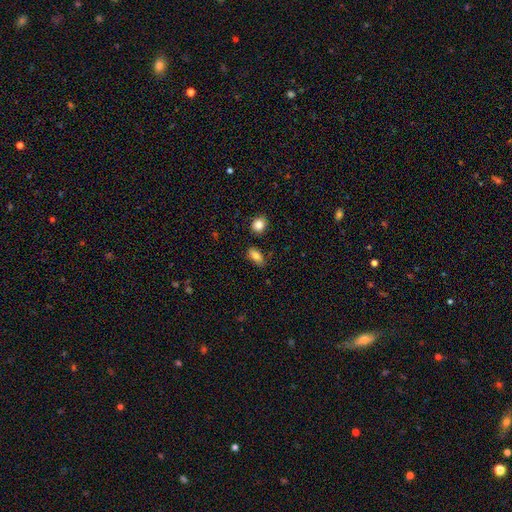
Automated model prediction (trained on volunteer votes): This appears to be a smooth galaxy with no disk features (82%) that is in between round and cigar-shaped (84%). Merging: none (79%).